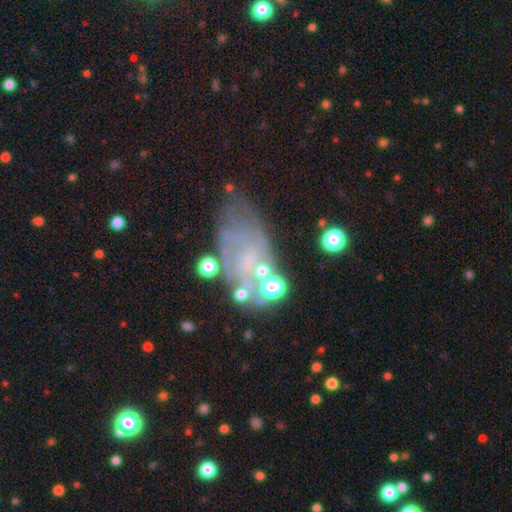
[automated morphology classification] This is possibly a featured or disk galaxy (45%). Merging: possibly none (51%).